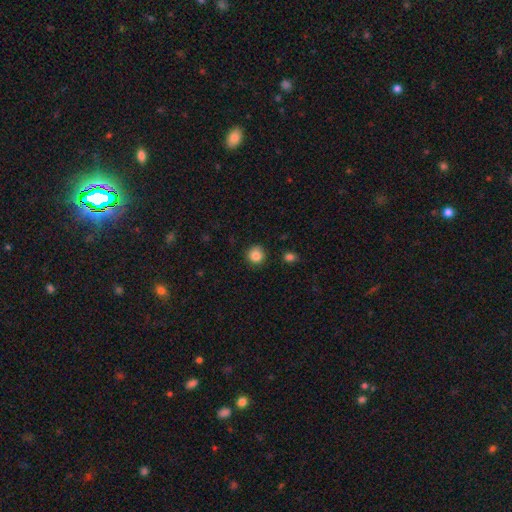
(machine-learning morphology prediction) smooth 86%, star or artifact 10%, featured or disk 4%. Down the decision tree: how rounded — round (93%); merging — none (89%).